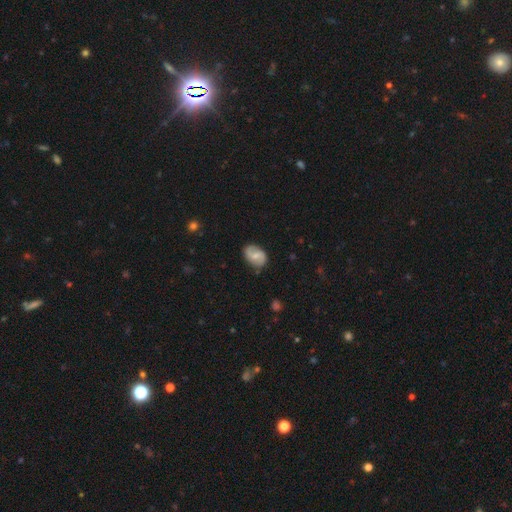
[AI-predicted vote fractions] Smooth or featured? Predicted: featured or disk (p=0.57). Edge-on disk? Predicted: no (p=0.97). Bar? Predicted: weak (p=0.49). Spiral arms? Predicted: yes (p=0.87). Bulge size? Predicted: small (p=0.45). Merging? Predicted: none (p=0.77).